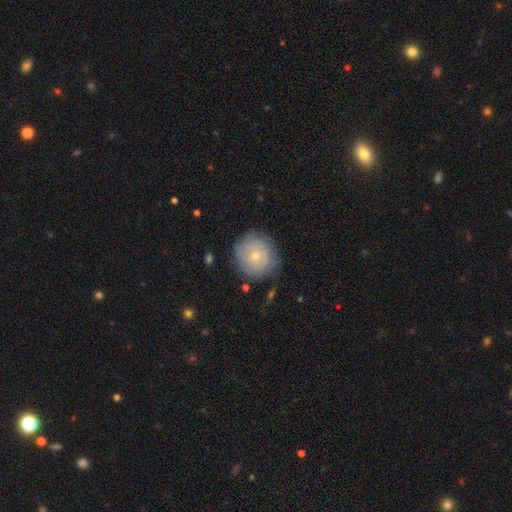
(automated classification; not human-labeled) Overall: featured or disk (50%; smooth 42%). Merging: none (76%).